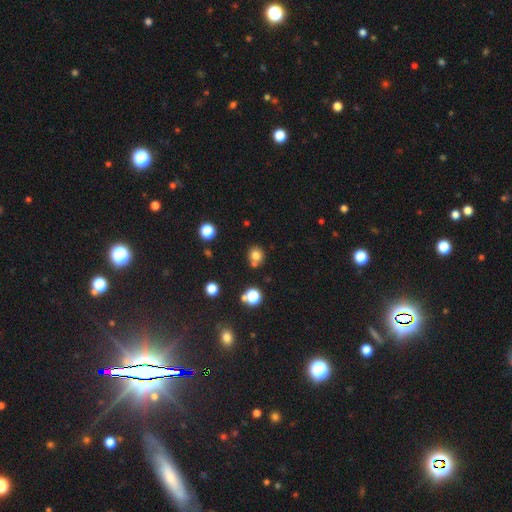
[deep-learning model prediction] smooth 77%, star or artifact 15%, featured or disk 8%. Down the decision tree: how rounded — round (85%); merging — none (65%).